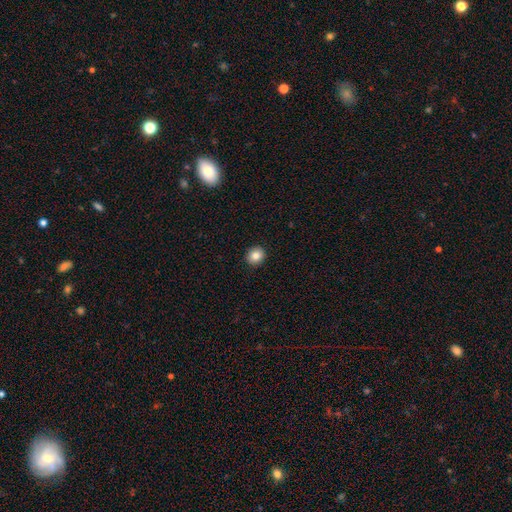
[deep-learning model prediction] The model was most divided on "how rounded": round: 82%, in between: 17%, cigar-shaped: 1%. More confident: merging — none (92%); smooth or featured — smooth (84%).